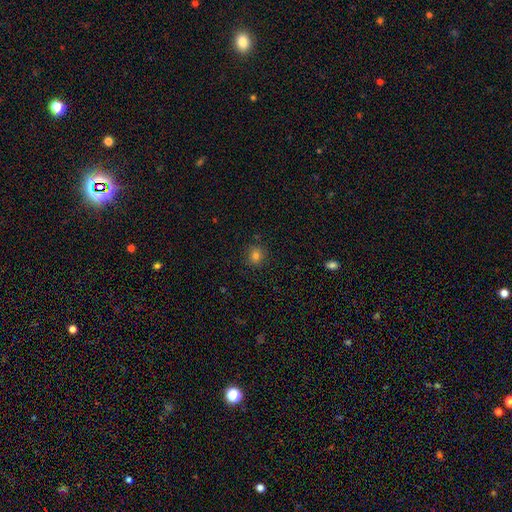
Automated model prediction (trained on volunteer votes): A smooth galaxy with no disk features (79%) that is round (87%). Merging: none (88%).